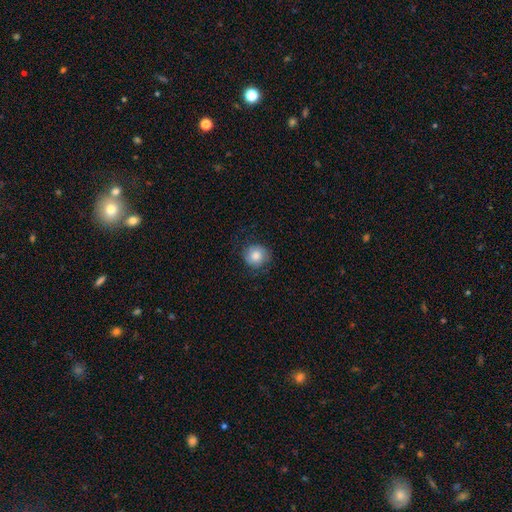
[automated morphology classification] A smooth galaxy with no disk features (80%) that is round (87%).

Vote fractions:
- Smooth or featured? smooth: 80% / featured or disk: 12% / star or artifact: 8%
- How rounded? round: 87% / in between: 12% / cigar-shaped: 1%
- Merging? none: 77% / minor disturbance: 17% / major disturbance: 5% / merger: 1%